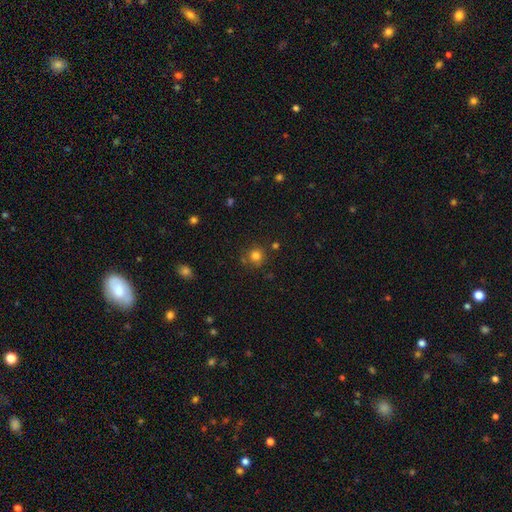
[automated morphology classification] This appears to be a smooth galaxy with no disk features (80%) that is round (91%). Merging: none (78%).